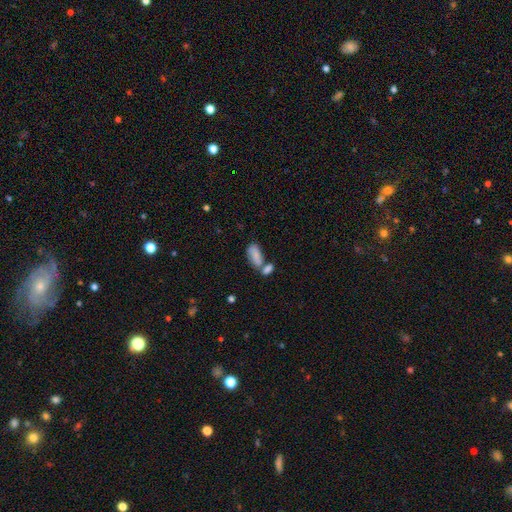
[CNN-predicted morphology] smooth-or-featured: smooth: 79% | featured or disk: 13% | star or artifact: 8%
  how-rounded: in between: 88% | cigar-shaped: 9% | round: 3%
  merging: merger: 50% | none: 33% | minor disturbance: 12% | major disturbance: 5%